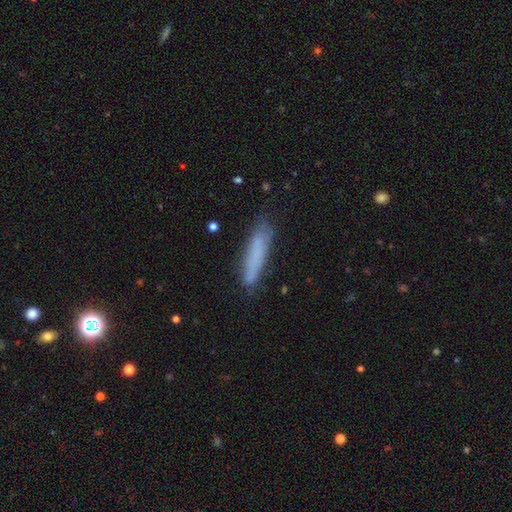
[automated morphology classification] smooth-or-featured: smooth: 74% | featured or disk: 18% | star or artifact: 8%
  how-rounded: cigar-shaped: 85% | in between: 14% | round: 1%
  merging: none: 78% | minor disturbance: 16% | major disturbance: 4% | merger: 2%